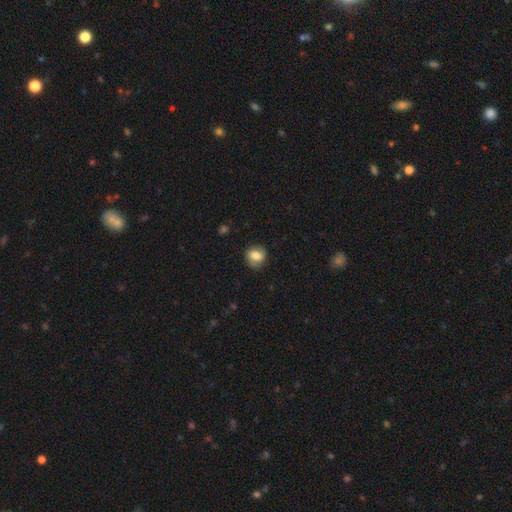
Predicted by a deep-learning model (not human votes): Morphology: type=smooth (75%); roundness=round (63%); merging=none (77%).